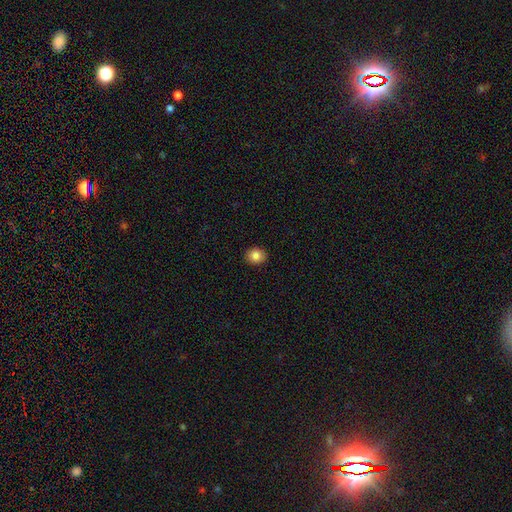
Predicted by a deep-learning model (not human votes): Morphology: type=smooth (84%); roundness=round (71%); merging=none (92%).